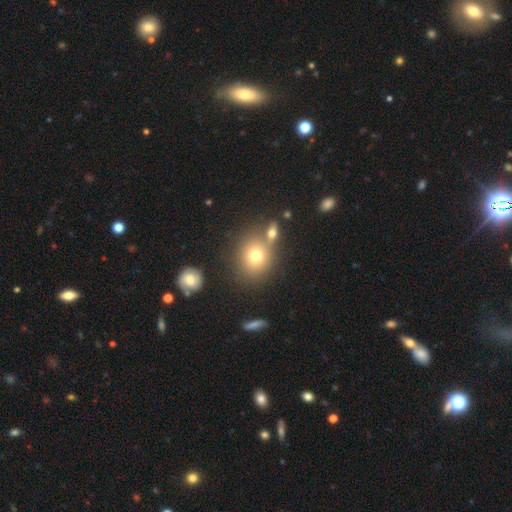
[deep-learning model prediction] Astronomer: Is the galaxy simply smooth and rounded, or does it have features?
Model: smooth — 74%.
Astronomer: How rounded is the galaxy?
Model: round — 77%.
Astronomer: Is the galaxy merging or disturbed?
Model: none — 66%.